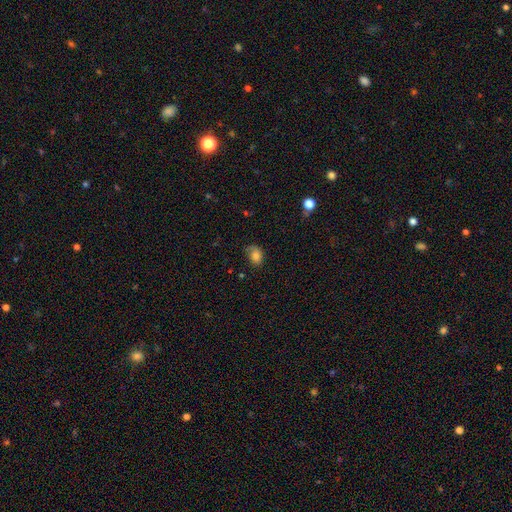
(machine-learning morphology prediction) A smooth galaxy with no disk features (77%) that is in between round and cigar-shaped (73%). Merging: none (56%).